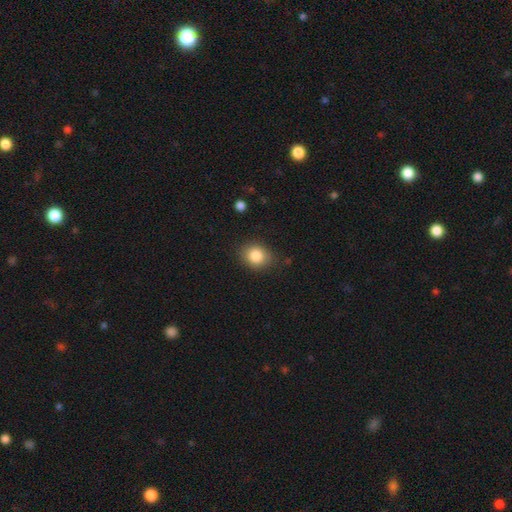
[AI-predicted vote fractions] smooth_or_featured: smooth (p=0.84) [alt: star or artifact p=0.10]
how_rounded: round (p=0.63) [alt: in between p=0.36]
merging: none (p=0.83) [alt: minor disturbance p=0.13]